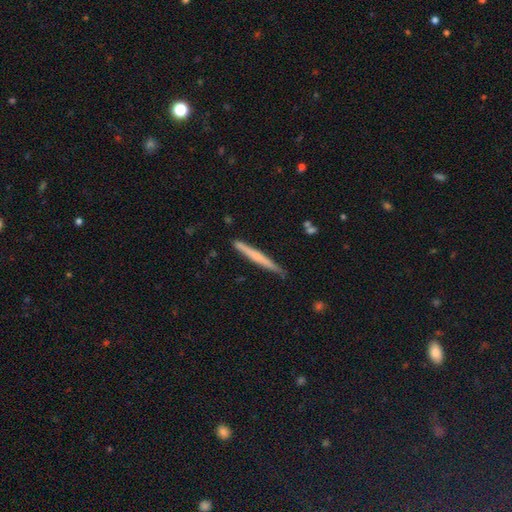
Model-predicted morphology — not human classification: smooth 52%, featured or disk 43%, star or artifact 5%. Down the decision tree: how rounded — cigar-shaped (97%); merging — none (86%).